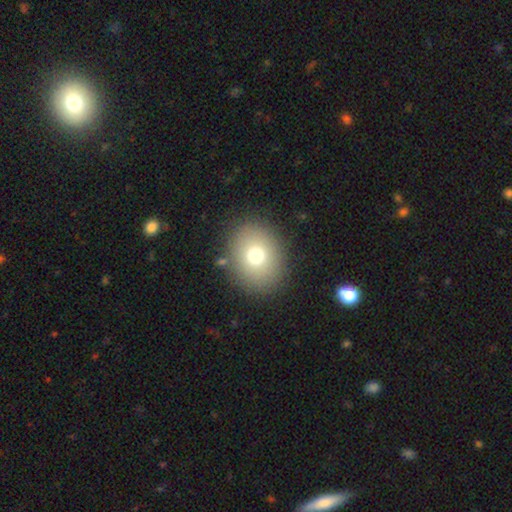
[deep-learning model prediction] Overall: smooth (74%). How rounded: round (56%; in between 43%). Merging: none (86%).